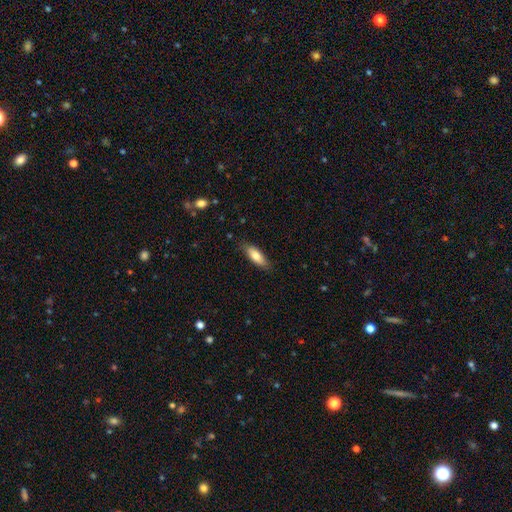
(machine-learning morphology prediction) type=smooth (79%); roundness=in between (63%); merging=none (83%).